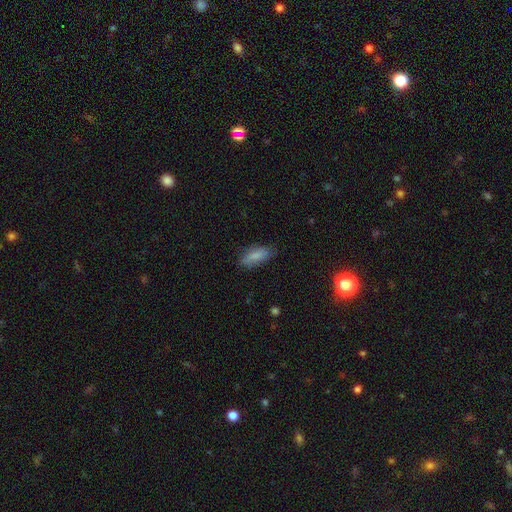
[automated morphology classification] smooth 82%, featured or disk 11%, star or artifact 7%. Down the decision tree: how rounded — in between (75%); merging — none (73%).